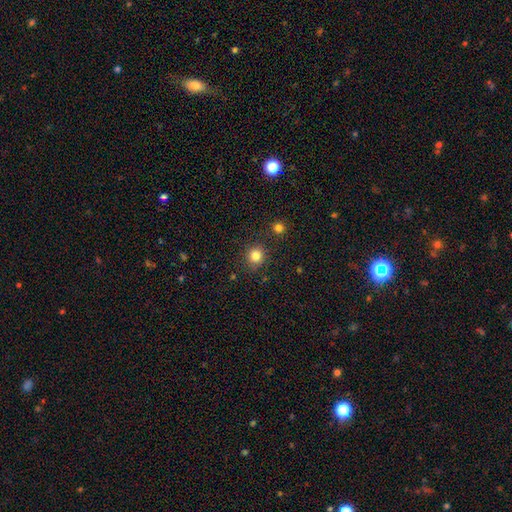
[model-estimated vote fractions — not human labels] smooth 83%, star or artifact 12%, featured or disk 5%. Down the decision tree: how rounded — round (89%); merging — none (85%).